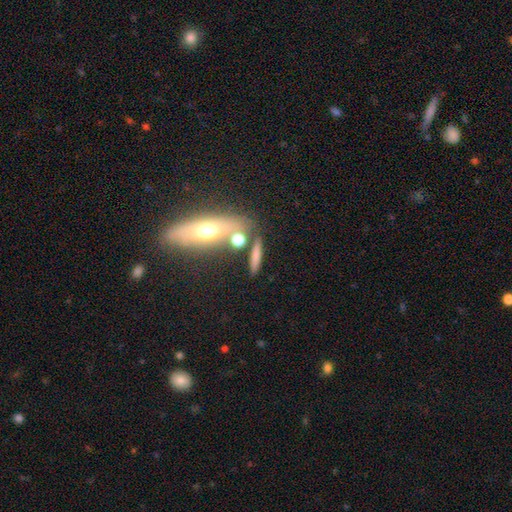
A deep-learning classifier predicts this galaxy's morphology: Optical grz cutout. It shows a smooth galaxy with no disk features (69%) that is cigar-shaped (72%). Merging: none (71%).